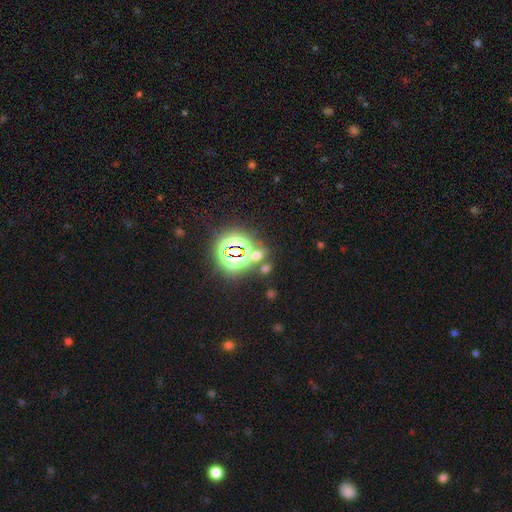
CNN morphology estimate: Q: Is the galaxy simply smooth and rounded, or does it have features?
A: star or artifact — 56%.